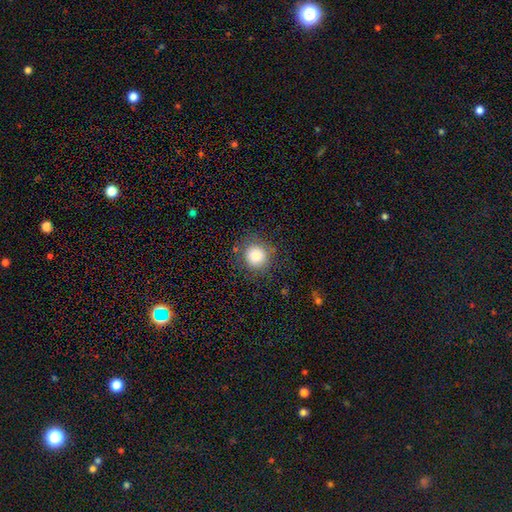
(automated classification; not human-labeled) smooth_or_featured: smooth (p=0.83) [alt: star or artifact p=0.10]
how_rounded: round (p=0.91) [alt: in between p=0.08]
merging: none (p=0.83) [alt: minor disturbance p=0.11]